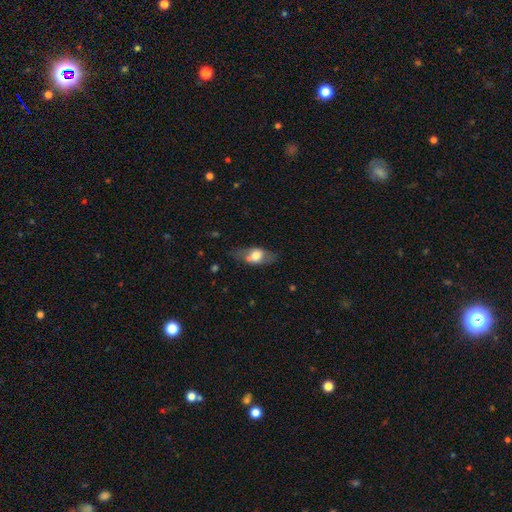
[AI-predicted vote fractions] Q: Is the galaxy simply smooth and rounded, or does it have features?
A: smooth — 56%.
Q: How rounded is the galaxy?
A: in between — 78%.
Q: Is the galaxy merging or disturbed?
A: none — 65%.